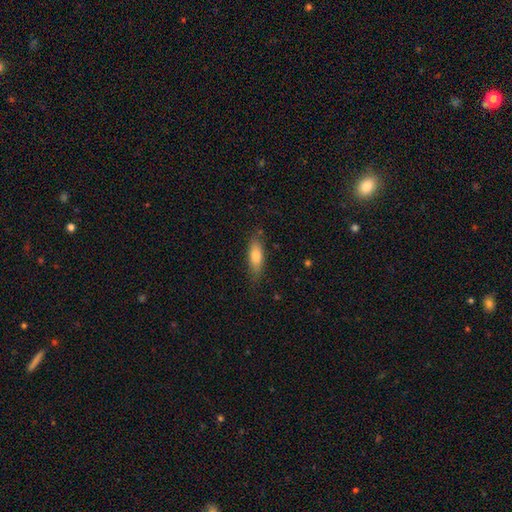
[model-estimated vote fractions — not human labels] Q: Smooth or featured?
A: smooth (75%); runner-up: featured or disk (18%)
Q: How rounded?
A: in between (61%); runner-up: cigar-shaped (37%)
Q: Merging?
A: none (78%); runner-up: minor disturbance (16%)